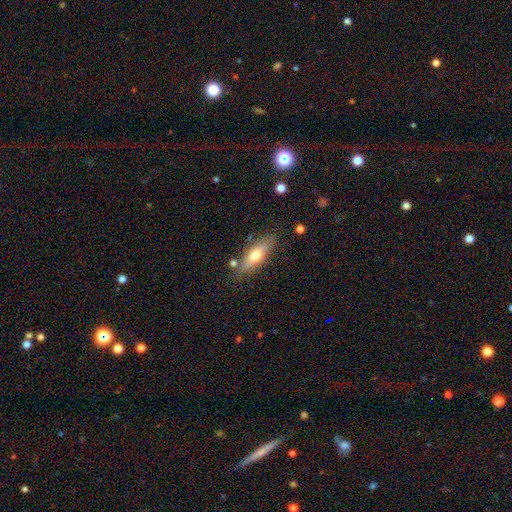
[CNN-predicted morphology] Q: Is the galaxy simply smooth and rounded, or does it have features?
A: smooth — 59%.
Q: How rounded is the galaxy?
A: in between — 54%.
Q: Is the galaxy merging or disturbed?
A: none — 78%.